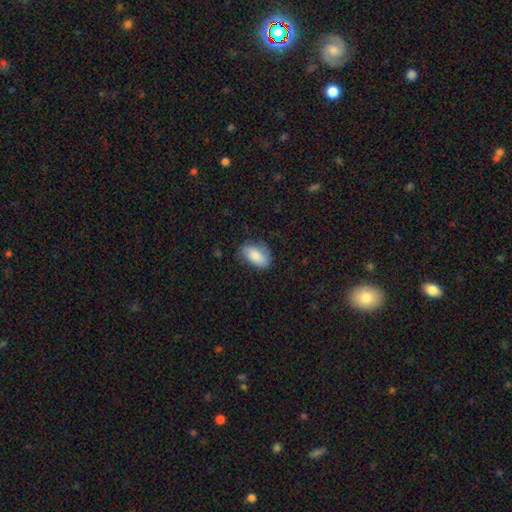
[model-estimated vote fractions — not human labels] A smooth galaxy with no disk features (80%) that is in between round and cigar-shaped (92%). Merging: none (67%).